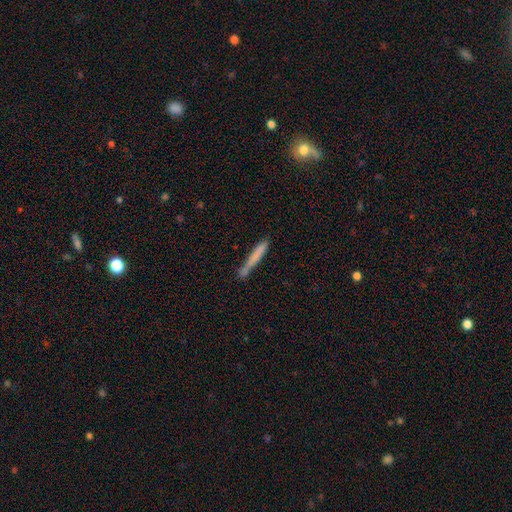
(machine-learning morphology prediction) Smooth or featured?
  - smooth: 71% *
  - featured or disk: 22%
  - star or artifact: 7%
How rounded?
  - cigar-shaped: 96% *
  - in between: 3%
  - round: 1%
Merging?
  - none: 71% *
  - minor disturbance: 17%
  - merger: 8%
  - major disturbance: 4%